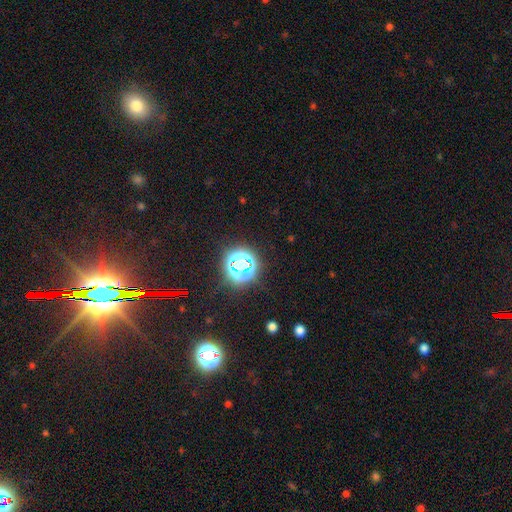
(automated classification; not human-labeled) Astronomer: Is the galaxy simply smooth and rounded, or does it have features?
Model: star or artifact — 78%.